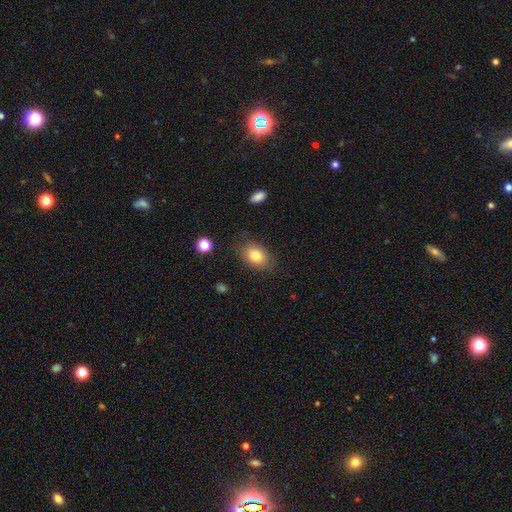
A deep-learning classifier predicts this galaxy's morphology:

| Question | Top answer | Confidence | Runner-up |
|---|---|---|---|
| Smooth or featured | smooth | 81% | featured or disk (10%) |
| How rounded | in between | 79% | round (20%) |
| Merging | none | 81% | minor disturbance (14%) |